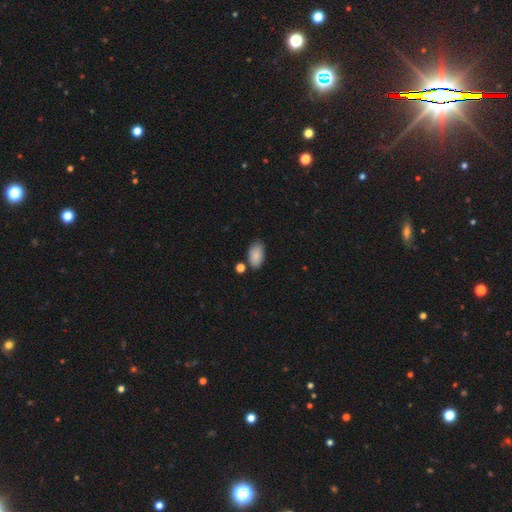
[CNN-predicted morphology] smooth_or_featured: smooth (p=0.87) [alt: star or artifact p=0.07]
how_rounded: in between (p=0.94) [alt: round p=0.04]
merging: none (p=0.75) [alt: minor disturbance p=0.15]